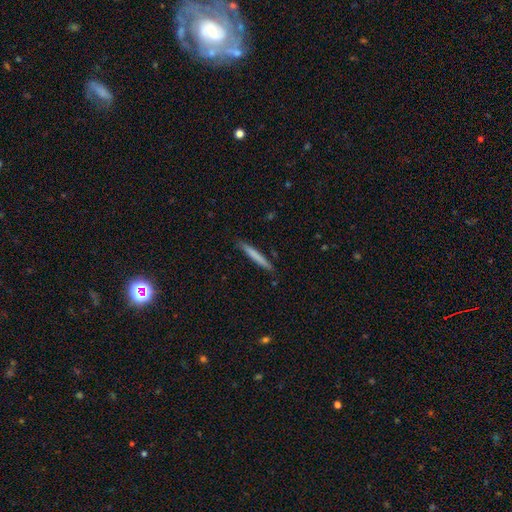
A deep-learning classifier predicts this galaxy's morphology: This appears to be a smooth galaxy with no disk features (71%) that is cigar-shaped (97%). Merging: none (89%).